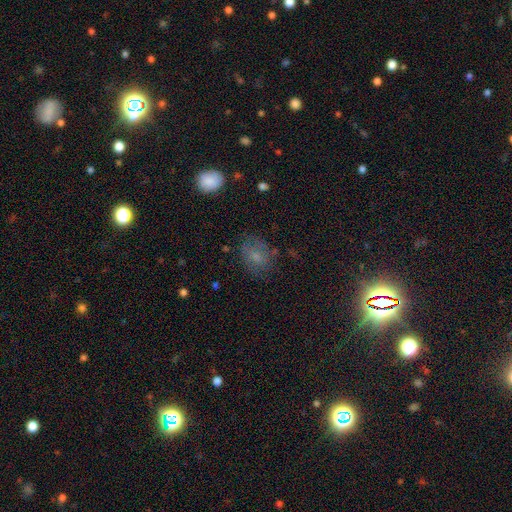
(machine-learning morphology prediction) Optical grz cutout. It shows a smooth galaxy with no disk features (63%) that is in between round and cigar-shaped (61%). Merging: none (68%).